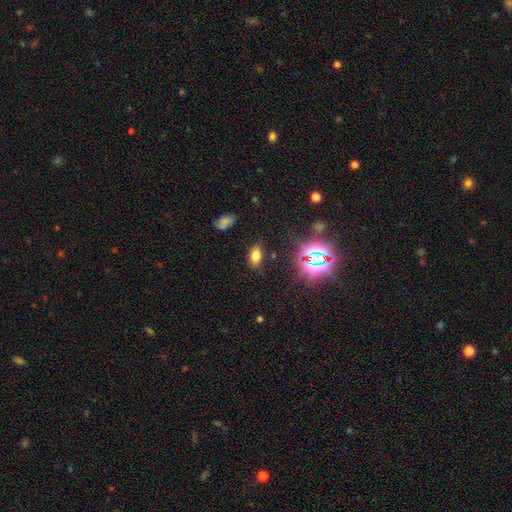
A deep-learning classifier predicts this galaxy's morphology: This appears to be a smooth galaxy with no disk features (69%) that is in between round and cigar-shaped (90%). Merging: none (85%).